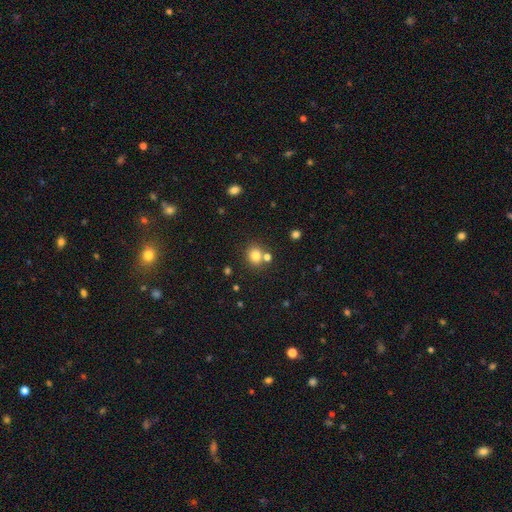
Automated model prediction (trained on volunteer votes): smooth-or-featured: smooth: 79% | star or artifact: 13% | featured or disk: 8%
  how-rounded: round: 80% | in between: 19% | cigar-shaped: 1%
  merging: none: 67% | merger: 21% | minor disturbance: 9% | major disturbance: 3%